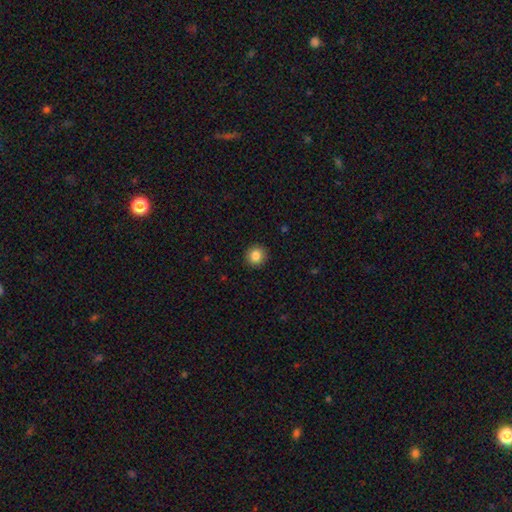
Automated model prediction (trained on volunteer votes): smooth-or-featured: smooth: 85% | star or artifact: 10% | featured or disk: 5%
  how-rounded: round: 93% | in between: 6% | cigar-shaped: 1%
  merging: none: 92% | minor disturbance: 5% | major disturbance: 2% | merger: 1%